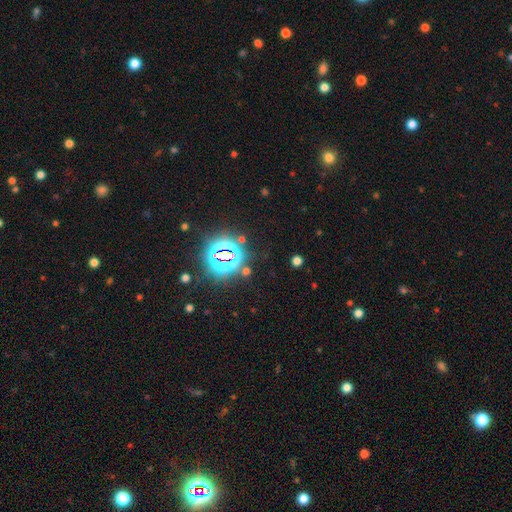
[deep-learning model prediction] smooth_or_featured: star or artifact (p=0.83) [alt: smooth p=0.10]